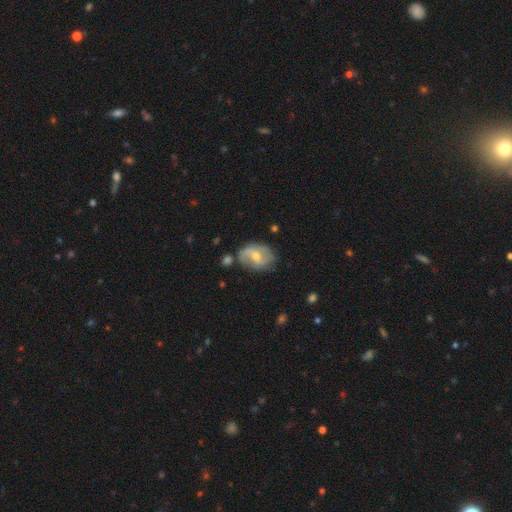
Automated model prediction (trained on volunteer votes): Smooth or featured: featured or disk — 67% (smooth — 26%)
Edge-on disk: no — 96% (yes — 4%)
Bar: weak — 46% (no — 38%)
Spiral arms: yes — 82% (no — 18%)
Spiral winding: medium — 41% (loose — 33%)
Spiral arm count: 2 — 70% (can't tell — 17%)
Bulge size: moderate — 58% (small — 37%)
Merging: none — 64% (minor disturbance — 23%)